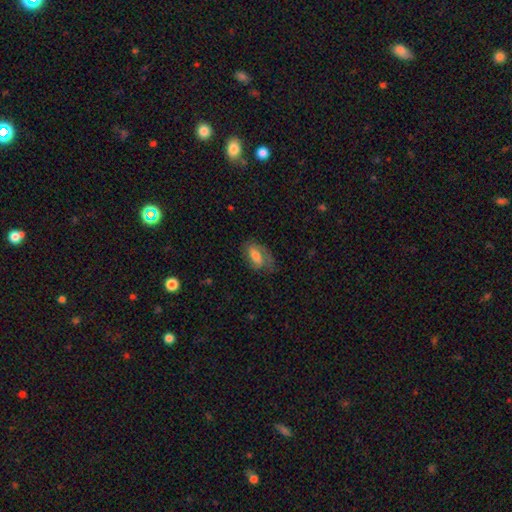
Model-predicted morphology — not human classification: Smooth or featured: smooth — 51% (featured or disk — 41%)
How rounded: in between — 85% (cigar-shaped — 9%)
Merging: none — 53% (minor disturbance — 26%)